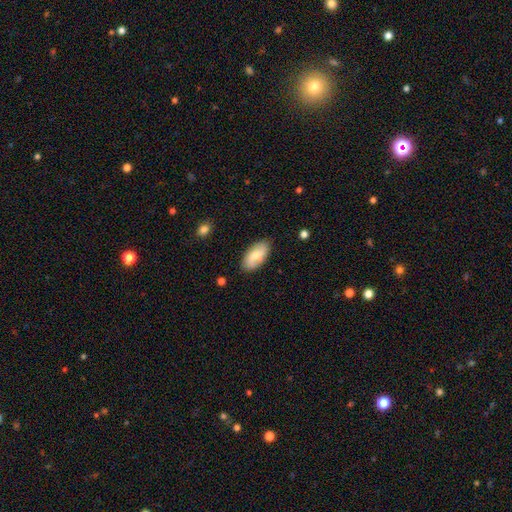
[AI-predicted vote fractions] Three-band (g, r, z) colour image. It shows a smooth galaxy with no disk features (66%) that is in between round and cigar-shaped (93%). Merging: none (86%).